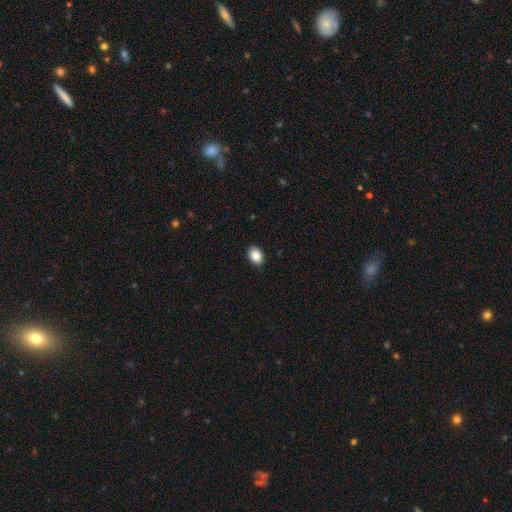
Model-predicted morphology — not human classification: smooth 87%, star or artifact 8%, featured or disk 5%. Down the decision tree: how rounded — in between (80%); merging — none (90%).